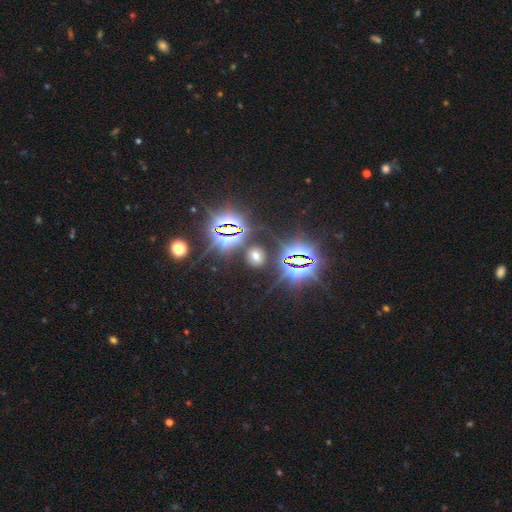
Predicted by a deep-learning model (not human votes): The model was most divided on "smooth or featured": star or artifact: 55%, smooth: 36%, featured or disk: 9%.